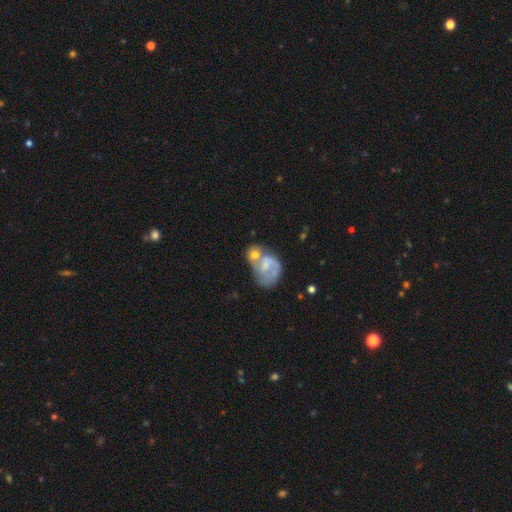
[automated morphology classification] This is possibly a featured or disk galaxy (53%). It is clearly not viewed edge-on (97%). Bar: possibly no (60%). Spiral arm pattern: possibly yes (55%). Central bulge: marginally small (38%). Merging: marginally merger (42%).